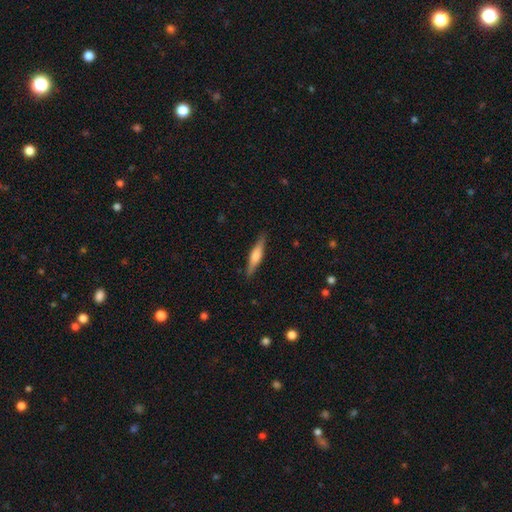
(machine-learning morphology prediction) smooth_or_featured: smooth (p=0.48) [alt: featured or disk p=0.46]
merging: none (p=0.88) [alt: minor disturbance p=0.09]